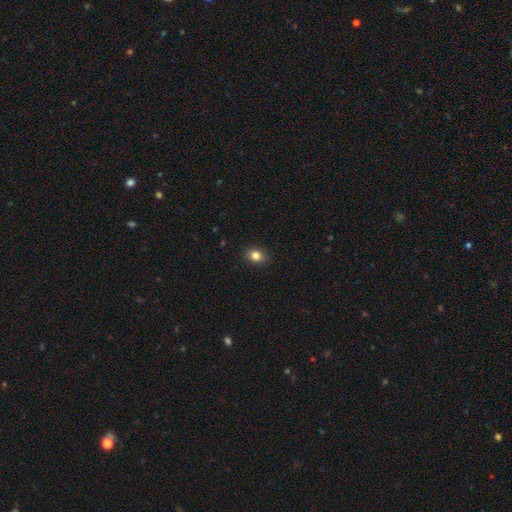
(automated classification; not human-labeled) smooth-or-featured: smooth: 83% | star or artifact: 11% | featured or disk: 6%
  how-rounded: round: 54% | in between: 45% | cigar-shaped: 1%
  merging: none: 89% | minor disturbance: 9% | major disturbance: 2% | merger: 1%